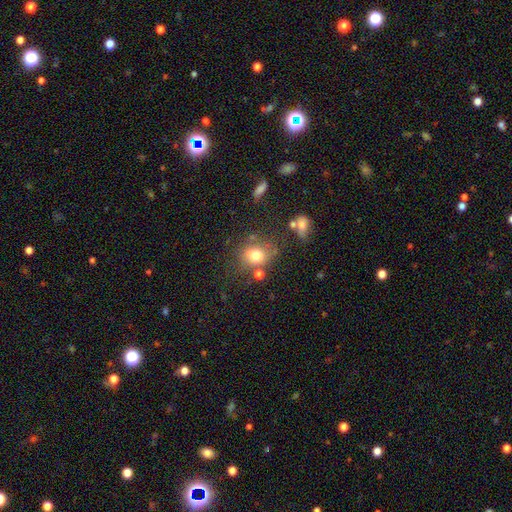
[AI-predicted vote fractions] This is likely a smooth galaxy (76%). How rounded: likely round (67%). Merging: likely none (64%).